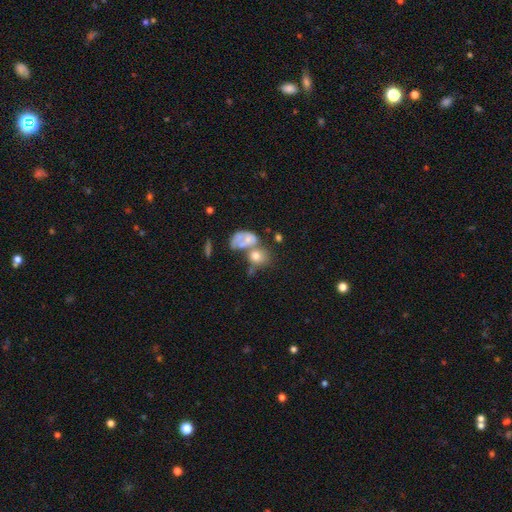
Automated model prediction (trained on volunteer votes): A smooth galaxy with no disk features (54%) that is round (51%).

Vote fractions:
- Smooth or featured? smooth: 54% / featured or disk: 31% / star or artifact: 15%
- How rounded? round: 51% / in between: 47% / cigar-shaped: 2%
- Merging? merger: 55% / none: 24% / minor disturbance: 10% / major disturbance: 10%